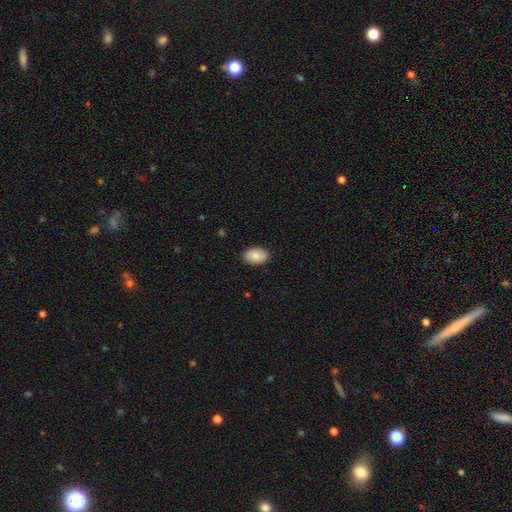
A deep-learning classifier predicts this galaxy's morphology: smooth 81%, featured or disk 12%, star or artifact 7%. Down the decision tree: how rounded — in between (87%); merging — none (88%).